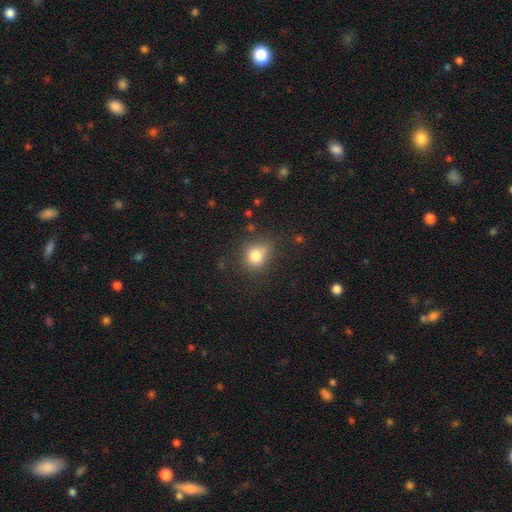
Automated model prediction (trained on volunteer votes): Morphology: type=smooth (79%); roundness=round (76%); merging=none (66%).